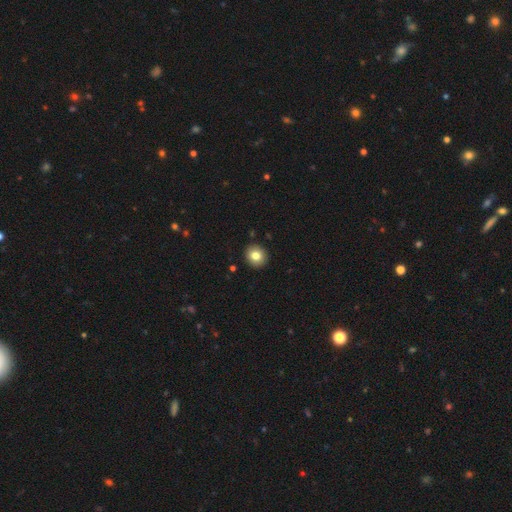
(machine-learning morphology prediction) Smooth or featured? smooth (81%)
How rounded? round (86%)
Merging? none (91%)